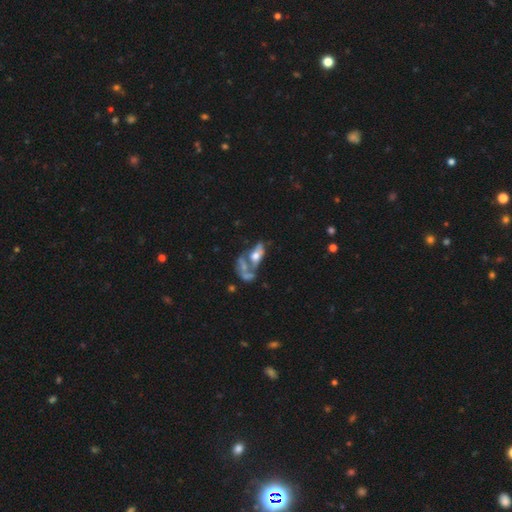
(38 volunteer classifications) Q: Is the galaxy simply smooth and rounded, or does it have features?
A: smooth — 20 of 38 (53%).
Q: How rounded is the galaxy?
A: in between — 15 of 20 (75%).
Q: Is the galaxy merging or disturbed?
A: merger — 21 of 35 (60%).